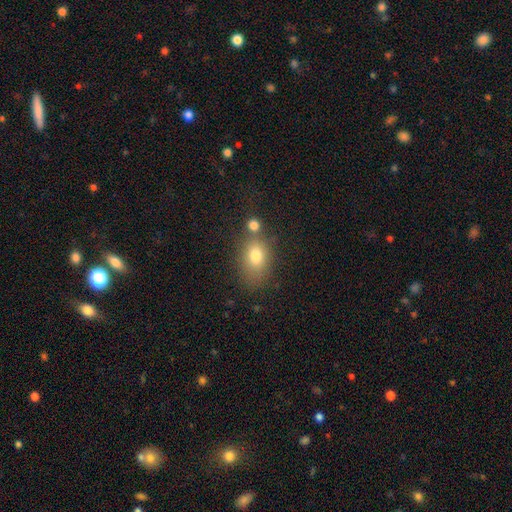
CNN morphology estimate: Q: Smooth or featured?
A: smooth (76%); runner-up: featured or disk (13%)
Q: How rounded?
A: in between (75%); runner-up: round (23%)
Q: Merging?
A: none (54%); runner-up: merger (21%)